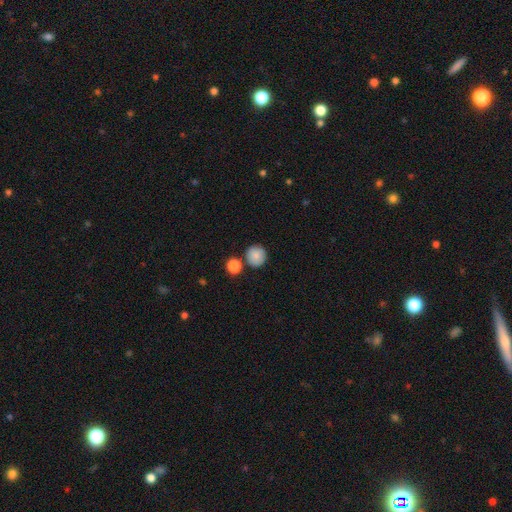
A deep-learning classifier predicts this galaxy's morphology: A smooth galaxy with no disk features (85%) that is round (93%).

Vote fractions:
- Smooth or featured? smooth: 85% / star or artifact: 9% / featured or disk: 6%
- How rounded? round: 93% / in between: 6% / cigar-shaped: 1%
- Merging? none: 81% / minor disturbance: 9% / merger: 8% / major disturbance: 2%